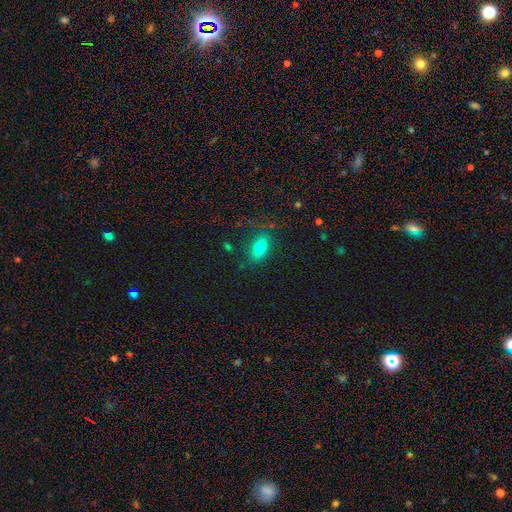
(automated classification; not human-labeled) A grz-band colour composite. It shows a smooth galaxy with no disk features (77%) that is in between round and cigar-shaped (84%). Merging: none (78%).